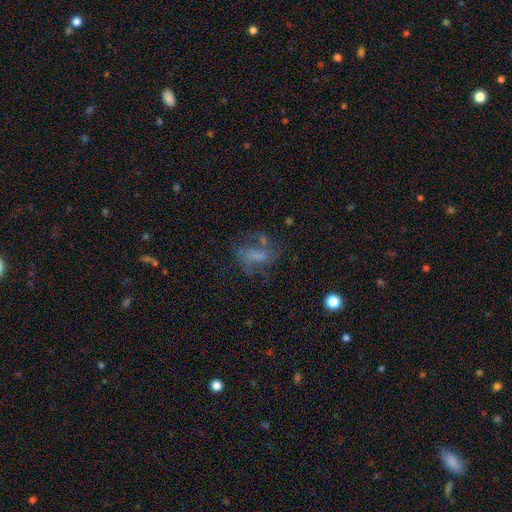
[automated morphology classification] type=featured or disk (46%); merging=none (45%).